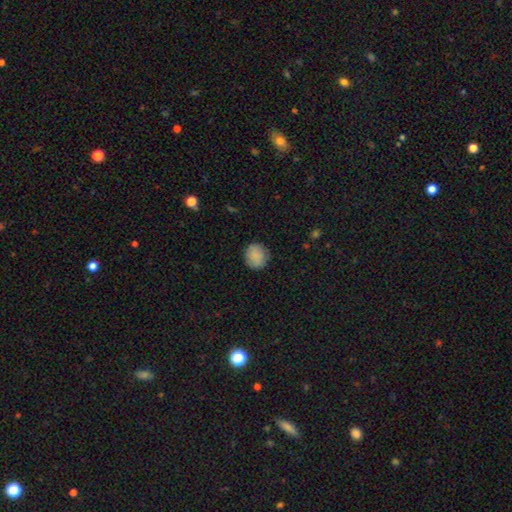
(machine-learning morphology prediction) This is clearly a smooth galaxy (82%). How rounded: clearly round (84%). Merging: clearly none (83%).